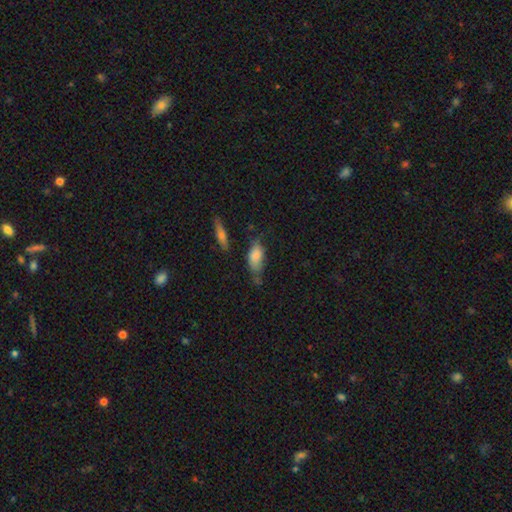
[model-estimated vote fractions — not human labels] Overall: smooth (80%). How rounded: in between (85%). Merging: none (47%; minor disturbance 34%).